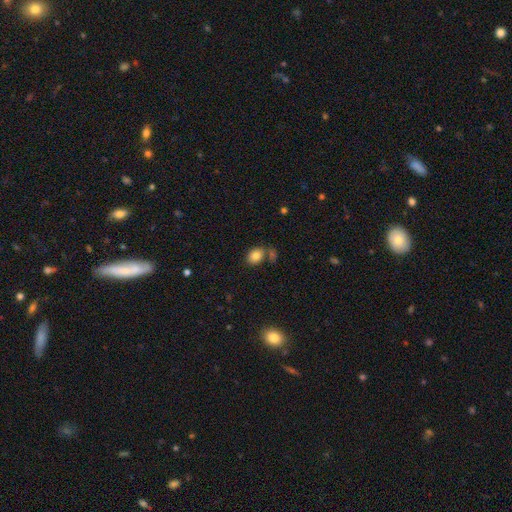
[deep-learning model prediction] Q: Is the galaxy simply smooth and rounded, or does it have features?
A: smooth — 82%.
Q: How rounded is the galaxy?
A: in between — 59%.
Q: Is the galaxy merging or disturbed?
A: none — 61%.